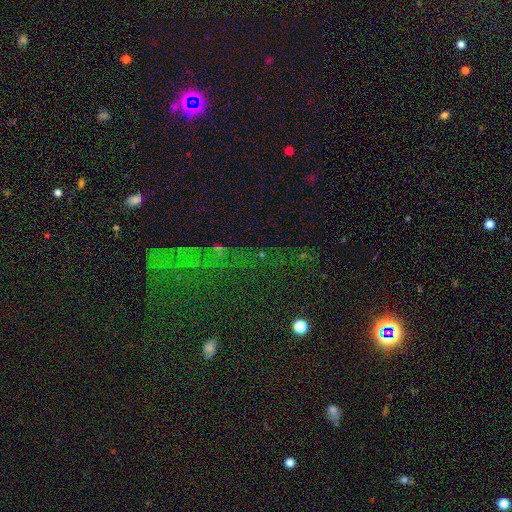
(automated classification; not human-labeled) Morphology: type=star or artifact (70%).